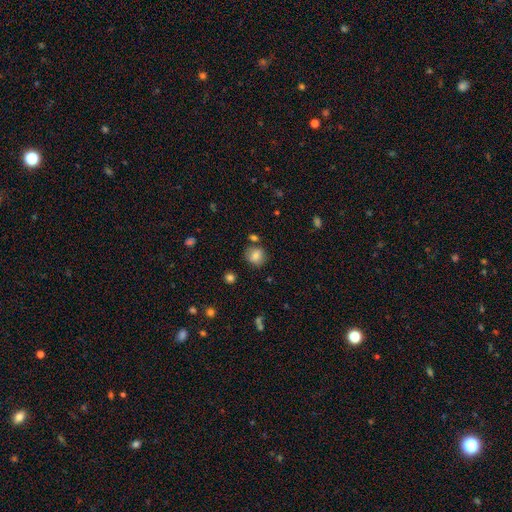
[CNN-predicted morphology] This is clearly a smooth galaxy (80%). How rounded: clearly round (85%). Merging: likely none (79%).